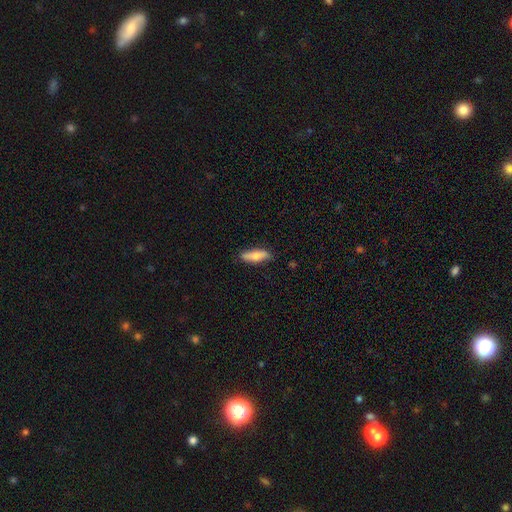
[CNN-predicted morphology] Smooth or featured? Predicted: smooth (p=0.72). How rounded? Predicted: cigar-shaped (p=0.55). Merging? Predicted: none (p=0.83).